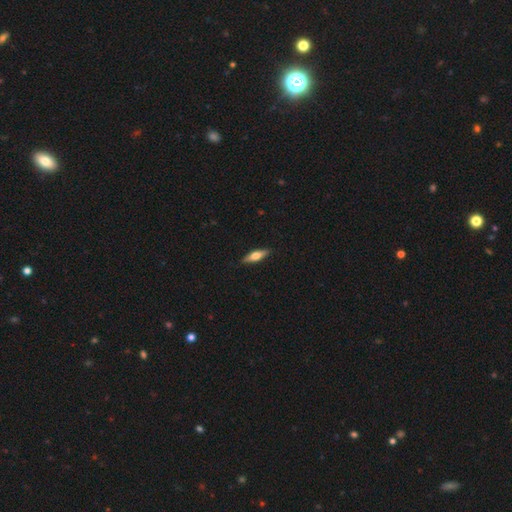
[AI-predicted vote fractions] Morphology: type=featured or disk (51%); edge-on=yes (94%); merging=none (89%).